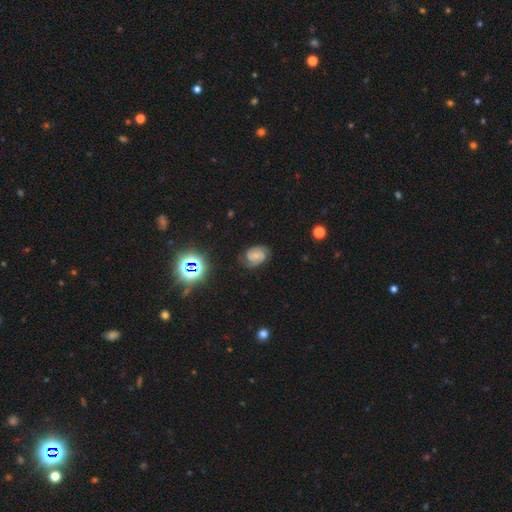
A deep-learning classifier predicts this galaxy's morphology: Overall: featured or disk (72%). Edge-on disk: no (97%). Bar: no (56%; weak 35%). Spiral arms: yes (95%). Spiral arm count: 2 (80%). Spiral winding: tight (47%; medium 43%). Bulge size: small (57%; moderate 23%). Merging: none (75%).